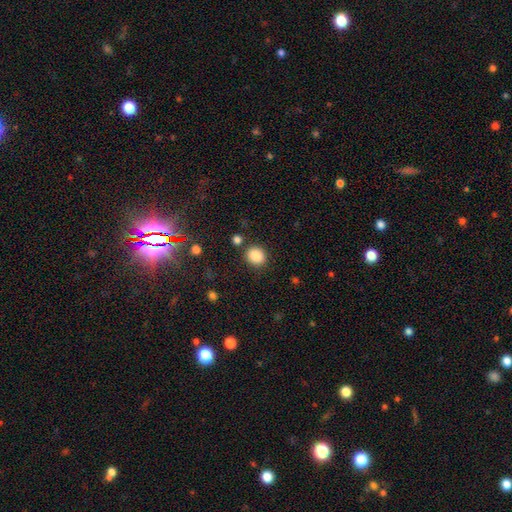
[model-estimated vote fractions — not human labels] smooth_or_featured: smooth (p=0.87) [alt: star or artifact p=0.10]
how_rounded: round (p=0.74) [alt: in between p=0.25]
merging: none (p=0.84) [alt: minor disturbance p=0.09]